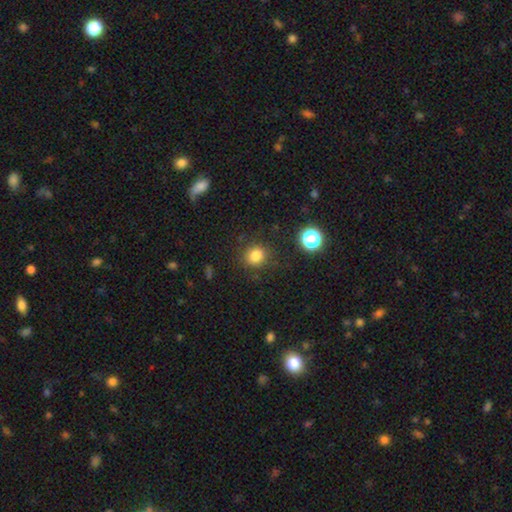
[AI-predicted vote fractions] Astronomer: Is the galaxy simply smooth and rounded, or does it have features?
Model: smooth — 81%.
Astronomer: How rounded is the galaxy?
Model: round — 81%.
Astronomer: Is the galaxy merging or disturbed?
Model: none — 85%.